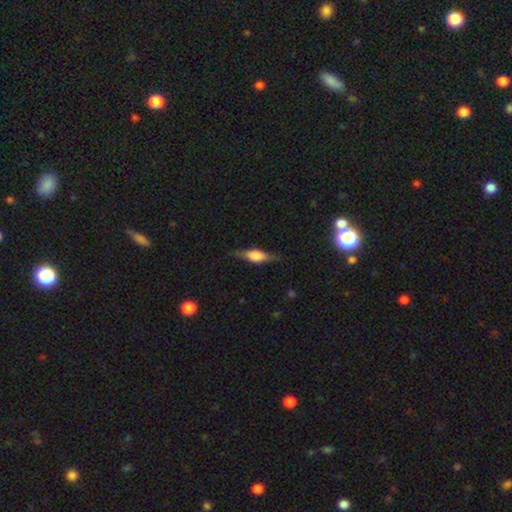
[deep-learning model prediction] Overall: featured or disk (51%; smooth 42%). Edge-on disk: yes (92%). Merging: none (79%).